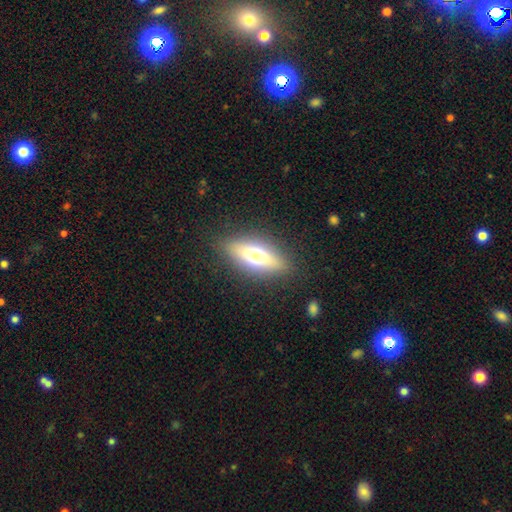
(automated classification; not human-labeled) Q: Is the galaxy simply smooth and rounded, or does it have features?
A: smooth — 57%.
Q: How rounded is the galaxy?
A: in between — 65%.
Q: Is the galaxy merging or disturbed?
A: none — 86%.